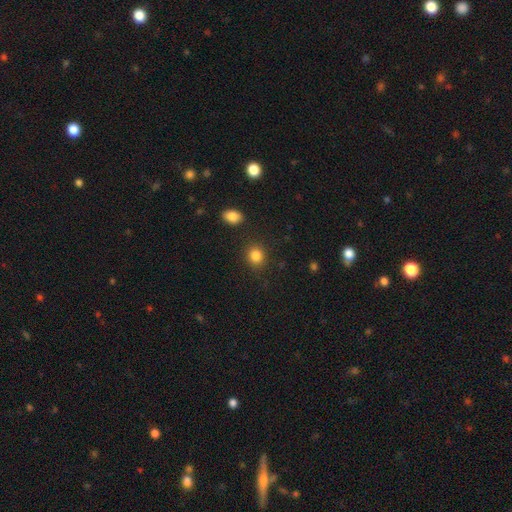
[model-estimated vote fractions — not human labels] Smooth or featured?
  - smooth: 85% *
  - star or artifact: 10%
  - featured or disk: 5%
How rounded?
  - round: 74% *
  - in between: 25%
  - cigar-shaped: 1%
Merging?
  - none: 86% *
  - minor disturbance: 8%
  - merger: 3%
  - major disturbance: 3%